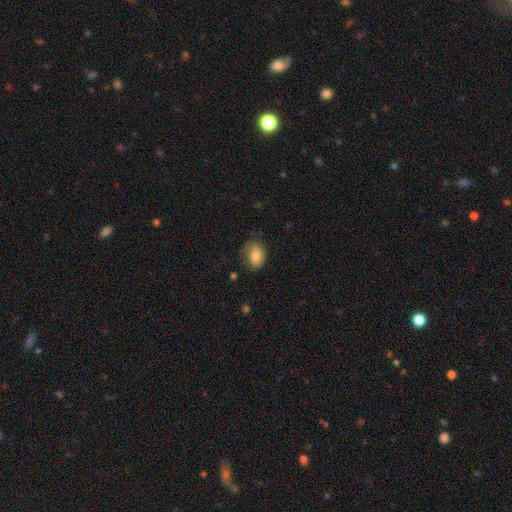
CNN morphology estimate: type=smooth (70%); roundness=in between (74%); merging=none (66%).